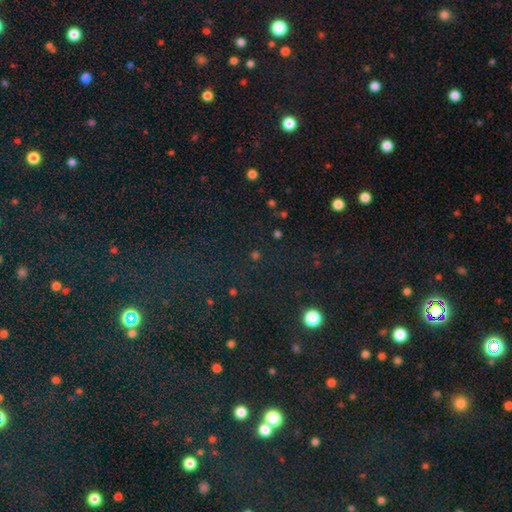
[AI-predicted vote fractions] Overall: star or artifact (67%).